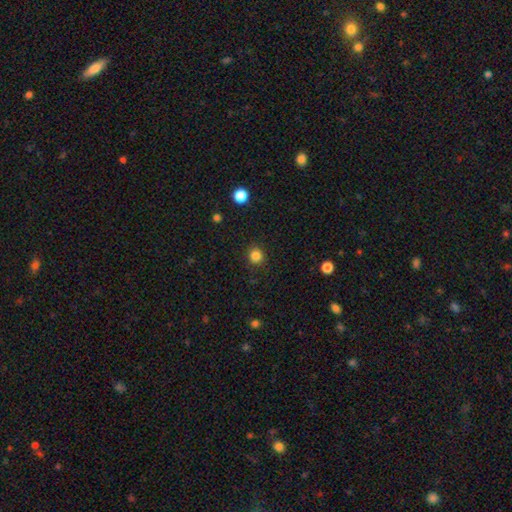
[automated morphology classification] smooth 84%, star or artifact 12%, featured or disk 3%. Down the decision tree: how rounded — round (90%); merging — none (91%).